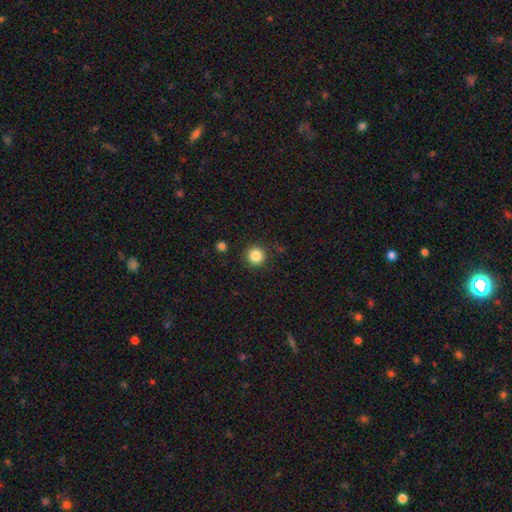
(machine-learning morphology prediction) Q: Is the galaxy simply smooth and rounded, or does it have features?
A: smooth — 85%.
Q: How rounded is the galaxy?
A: round — 95%.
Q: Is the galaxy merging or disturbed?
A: none — 90%.